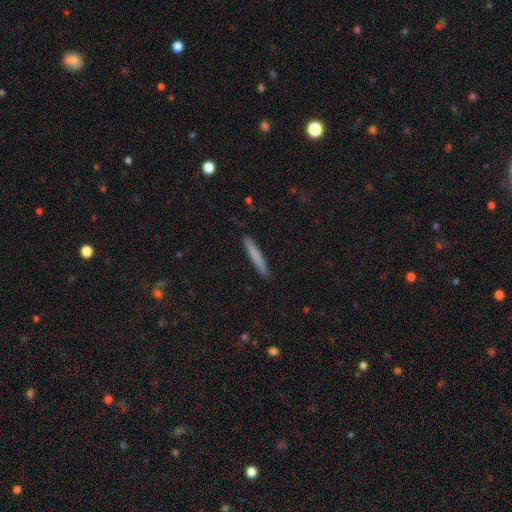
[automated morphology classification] Smooth or featured? smooth (75%)
How rounded? cigar-shaped (96%)
Merging? none (90%)